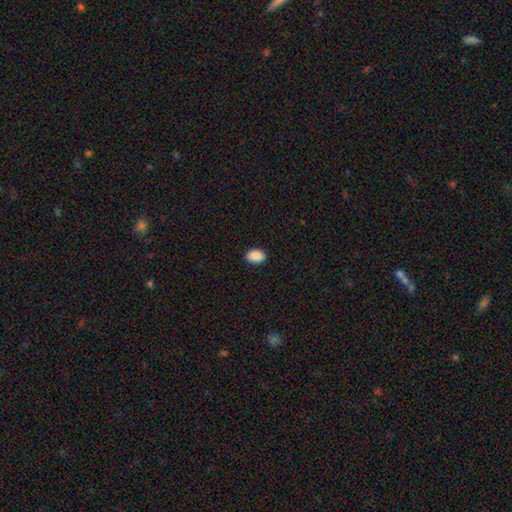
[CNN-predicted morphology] A smooth galaxy with no disk features (90%) that is in between round and cigar-shaped (89%). Merging: none (90%).